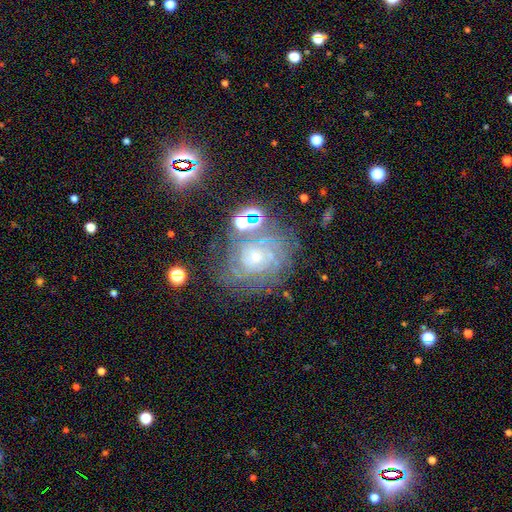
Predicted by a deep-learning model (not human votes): Q: Smooth or featured?
A: featured or disk (72%); runner-up: star or artifact (17%)
Q: Edge-on disk?
A: no (97%); runner-up: yes (3%)
Q: Bar?
A: no (75%); runner-up: weak (20%)
Q: Spiral arms?
A: yes (92%); runner-up: no (8%)
Q: Spiral winding?
A: tight (72%); runner-up: medium (22%)
Q: Spiral arm count?
A: can't tell (45%); runner-up: 3 (15%)
Q: Bulge size?
A: small (62%); runner-up: moderate (30%)
Q: Merging?
A: none (67%); runner-up: minor disturbance (17%)